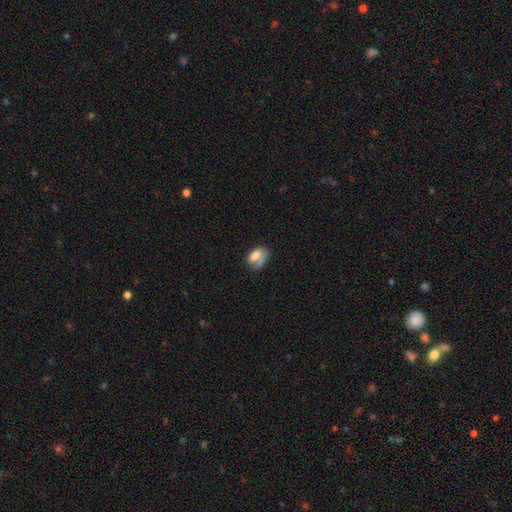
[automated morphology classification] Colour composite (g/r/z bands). It shows a smooth galaxy with no disk features (64%) that is in between round and cigar-shaped (80%). Merging: none (34%).